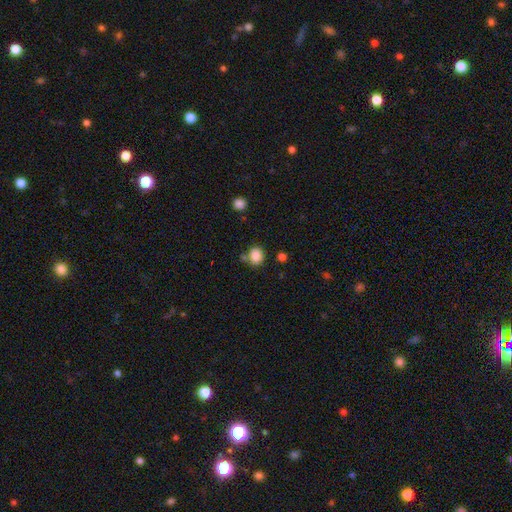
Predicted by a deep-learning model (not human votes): This appears to be a smooth galaxy with no disk features (86%) that is round (66%). Merging: none (70%).